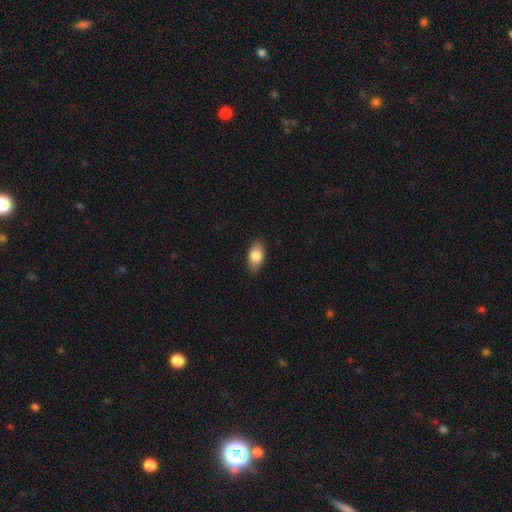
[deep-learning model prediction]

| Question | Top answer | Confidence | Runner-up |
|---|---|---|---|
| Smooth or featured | smooth | 81% | featured or disk (12%) |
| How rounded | in between | 90% | round (6%) |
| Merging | none | 87% | minor disturbance (10%) |